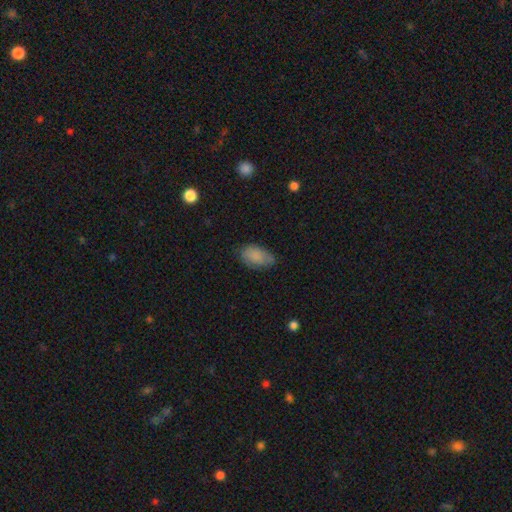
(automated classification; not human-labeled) A smooth galaxy with no disk features (83%) that is in between round and cigar-shaped (93%).

Vote fractions:
- Smooth or featured? smooth: 83% / featured or disk: 9% / star or artifact: 7%
- How rounded? in between: 93% / round: 5% / cigar-shaped: 2%
- Merging? none: 67% / minor disturbance: 26% / major disturbance: 5% / merger: 2%